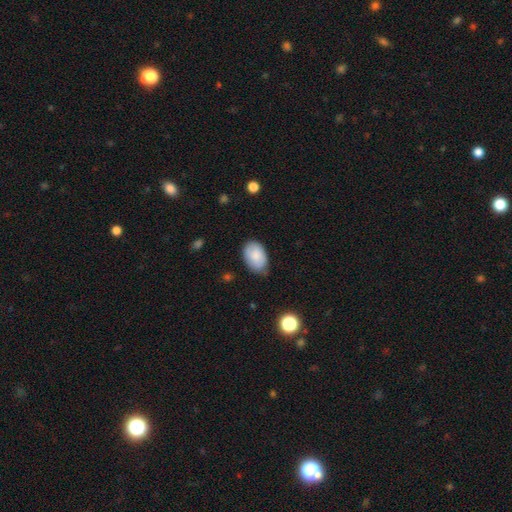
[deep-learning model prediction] smooth-or-featured: smooth: 84% | featured or disk: 10% | star or artifact: 6%
  how-rounded: in between: 90% | round: 9% | cigar-shaped: 1%
  merging: none: 70% | minor disturbance: 25% | major disturbance: 4% | merger: 2%